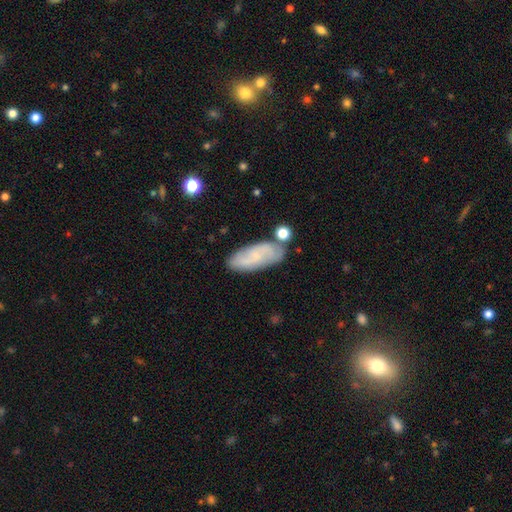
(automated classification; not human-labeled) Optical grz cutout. It shows a smooth galaxy with no disk features (50%) that is in between round and cigar-shaped (75%). Merging: none (71%).